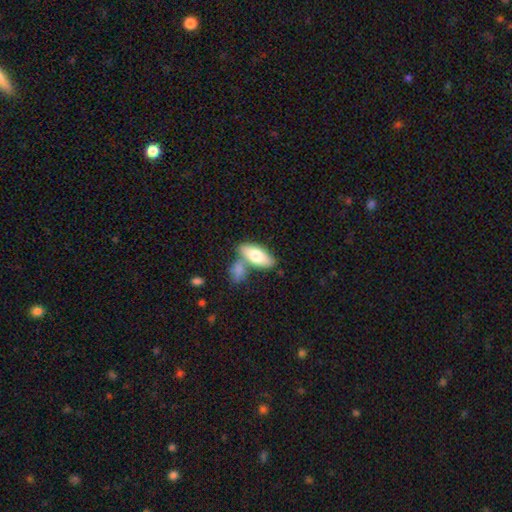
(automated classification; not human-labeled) This appears to be a smooth galaxy with no disk features (73%) that is in between round and cigar-shaped (84%). Merging: none (54%).